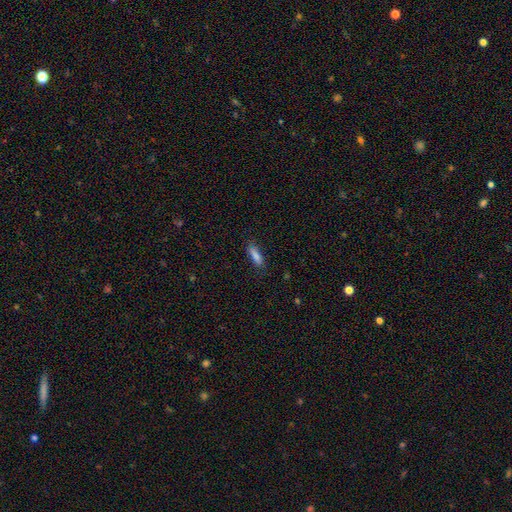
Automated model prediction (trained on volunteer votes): This is clearly a smooth galaxy (82%). How rounded: possibly cigar-shaped (59%). Merging: likely none (79%).